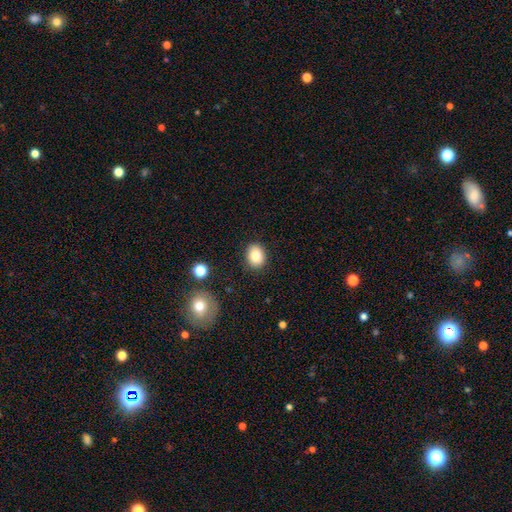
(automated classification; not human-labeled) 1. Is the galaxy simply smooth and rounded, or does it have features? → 85% smooth, 9% star or artifact, 5% featured or disk.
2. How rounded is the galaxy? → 54% in between, 46% round, 1% cigar-shaped.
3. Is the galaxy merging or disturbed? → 86% none, 10% minor disturbance, 3% major disturbance, 2% merger.